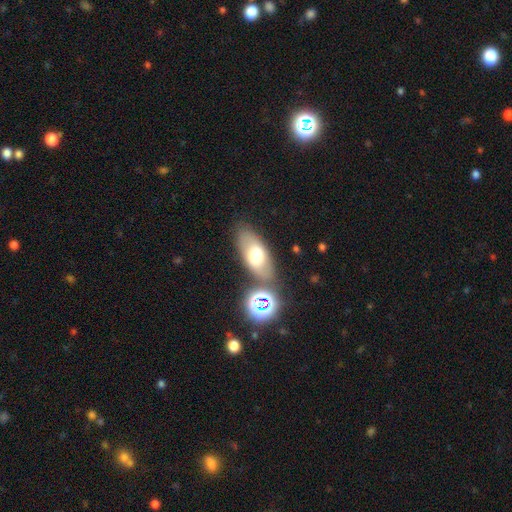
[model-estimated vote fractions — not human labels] Smooth or featured? smooth (62%)
How rounded? in between (86%)
Merging? none (73%)